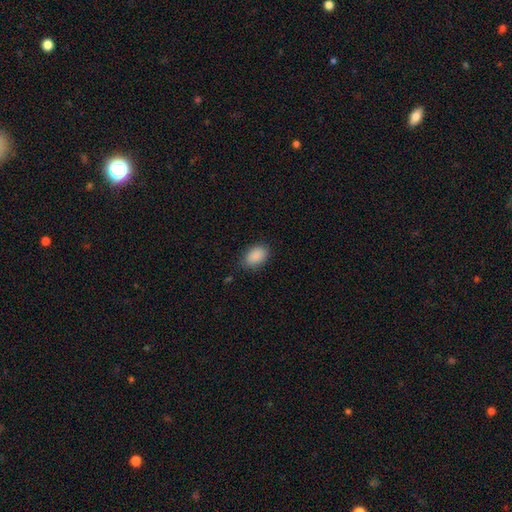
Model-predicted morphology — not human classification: Q: Smooth or featured?
A: smooth (90%); runner-up: star or artifact (8%)
Q: How rounded?
A: in between (88%); runner-up: round (11%)
Q: Merging?
A: none (81%); runner-up: minor disturbance (15%)